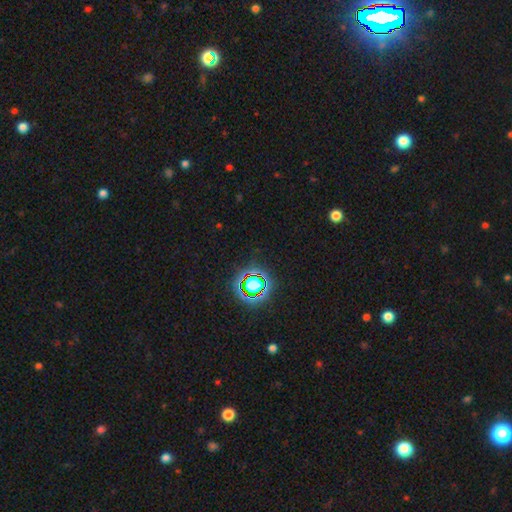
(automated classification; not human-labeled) This is likely a star or artifact rather than a galaxy (77%).